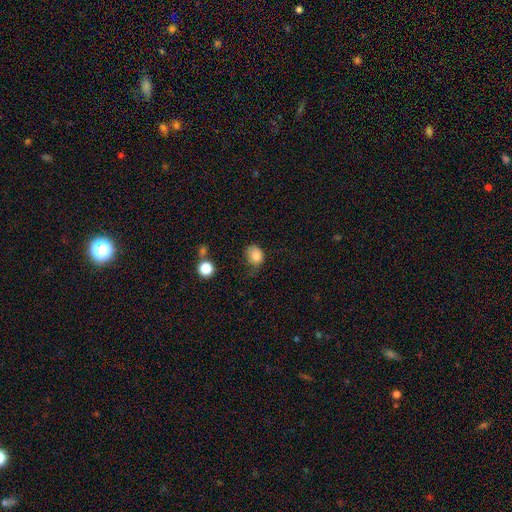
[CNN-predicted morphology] Smooth or featured? smooth (83%)
How rounded? round (54%)
Merging? none (41%)